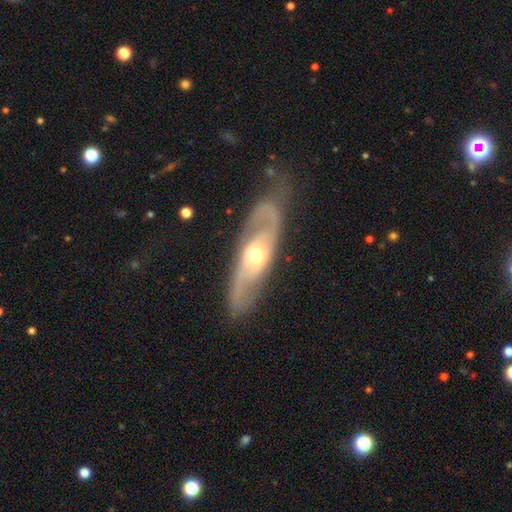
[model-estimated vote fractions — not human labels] A featured or disk galaxy (80%) with no bar (68%), 2 (83%) medium (41%) spiral arms (79%) and a moderate central bulge (58%).

Vote fractions:
- Smooth or featured? featured or disk: 80% / smooth: 15% / star or artifact: 5%
- Edge-on disk? no: 82% / yes: 18%
- Bar? no: 68% / weak: 22% / strong: 10%
- Spiral arms? yes: 79% / no: 21%
- Spiral winding? medium: 41% / loose: 36% / tight: 23%
- Spiral arm count? 2: 83% / can't tell: 10% / 1: 4% / 3: 2% / 4: 1% / more than 4: 1%
- Bulge size? moderate: 58% / small: 33% / large: 6% / dominant: 1% / none: 1%
- Merging? none: 75% / minor disturbance: 14% / major disturbance: 9% / merger: 2%